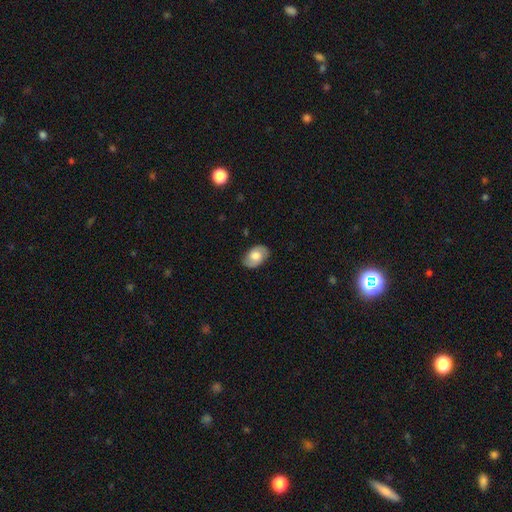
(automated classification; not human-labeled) smooth 55%, featured or disk 38%, star or artifact 7%. Down the decision tree: how rounded — in between (86%); merging — none (82%).